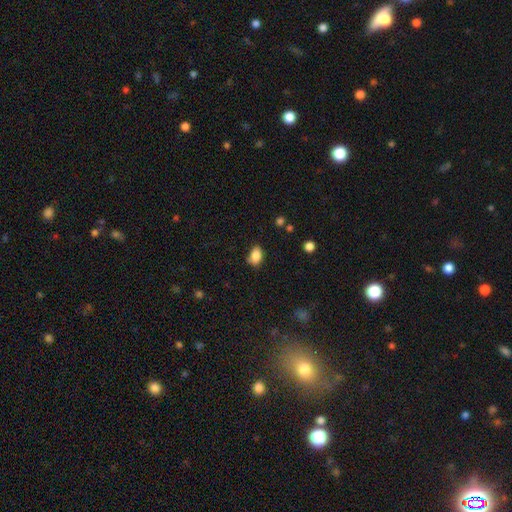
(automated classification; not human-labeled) This is clearly a smooth galaxy (86%). How rounded: clearly in between (83%). Merging: likely none (72%).